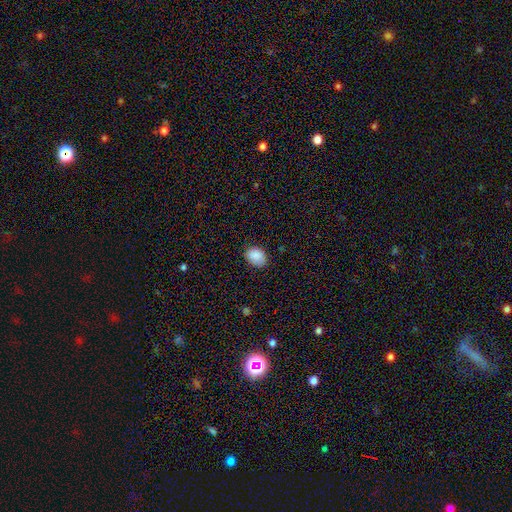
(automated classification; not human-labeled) Q: Smooth or featured?
A: smooth (88%); runner-up: star or artifact (8%)
Q: How rounded?
A: in between (68%); runner-up: round (31%)
Q: Merging?
A: none (78%); runner-up: minor disturbance (18%)